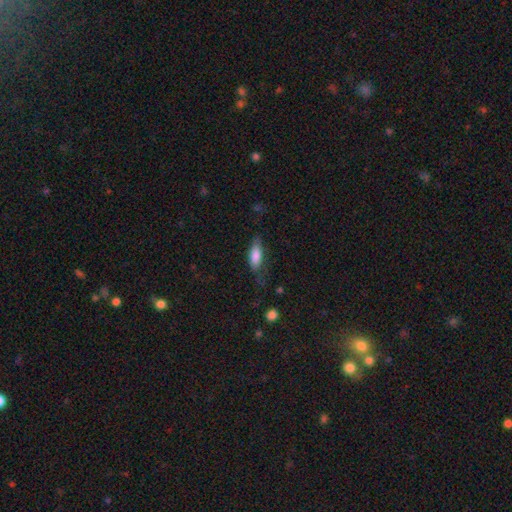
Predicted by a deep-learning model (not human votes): A smooth galaxy with no disk features (78%) that is in between round and cigar-shaped (68%). Merging: none (60%).